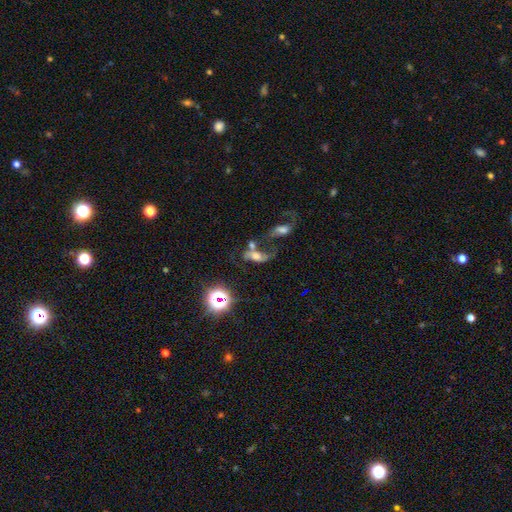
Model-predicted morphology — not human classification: type=featured or disk (45%); merging=merger (41%).